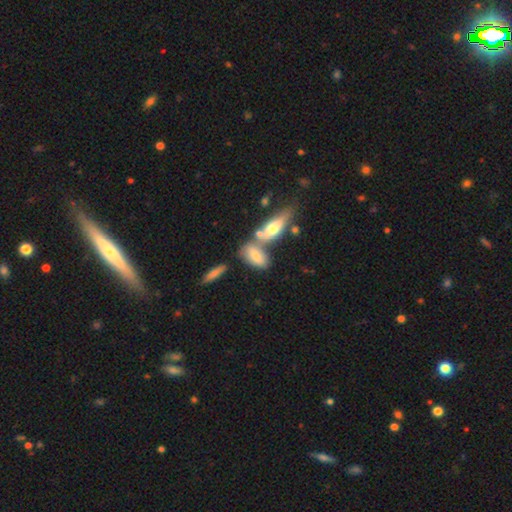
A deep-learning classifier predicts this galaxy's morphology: smooth-or-featured: smooth: 71% | featured or disk: 22% | star or artifact: 8%
  how-rounded: in between: 83% | cigar-shaped: 13% | round: 4%
  merging: none: 45% | merger: 34% | minor disturbance: 16% | major disturbance: 6%